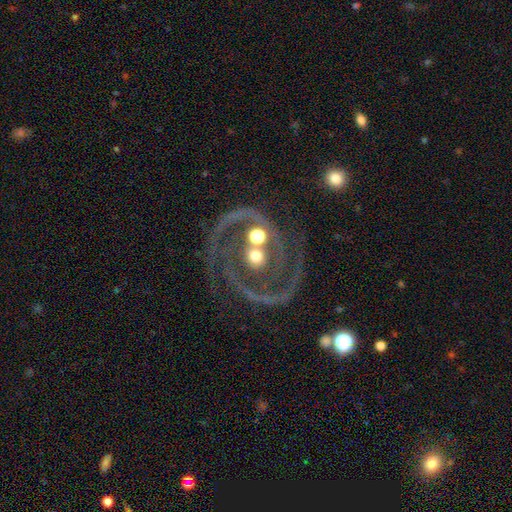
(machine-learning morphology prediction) smooth_or_featured: featured or disk (p=0.76) [alt: smooth p=0.16]
disk_edge_on: no (p=0.97) [alt: yes p=0.03]
bar: no (p=0.75) [alt: weak p=0.14]
has_spiral_arms: yes (p=0.68) [alt: no p=0.32]
bulge_size: moderate (p=0.65) [alt: small p=0.16]
merging: none (p=0.57) [alt: major disturbance p=0.17]